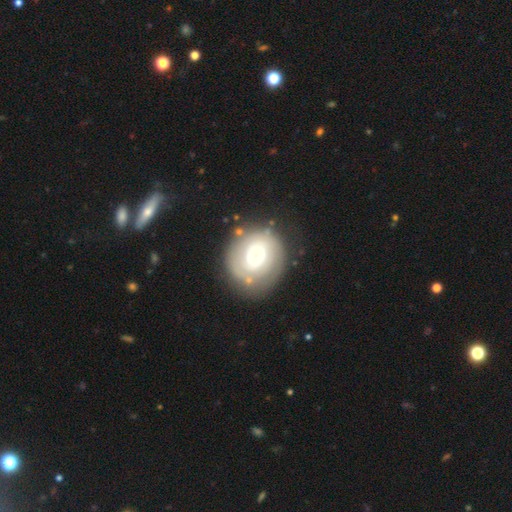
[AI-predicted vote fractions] smooth-or-featured: smooth: 51% | featured or disk: 41% | star or artifact: 8%
  how-rounded: round: 88% | in between: 11% | cigar-shaped: 1%
  merging: none: 70% | minor disturbance: 17% | major disturbance: 8% | merger: 5%